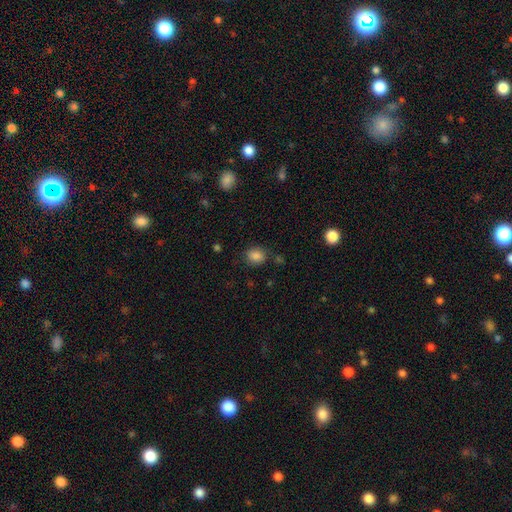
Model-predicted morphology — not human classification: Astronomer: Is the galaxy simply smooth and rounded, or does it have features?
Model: smooth — 85%.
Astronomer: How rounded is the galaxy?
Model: round — 58% (runner-up: in between, 41%).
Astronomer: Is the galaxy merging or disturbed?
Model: none — 76%.